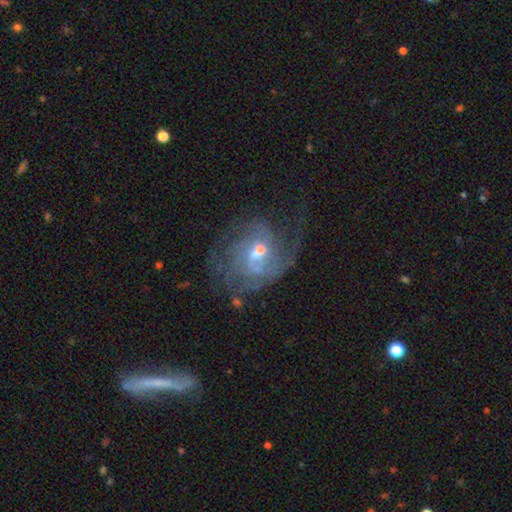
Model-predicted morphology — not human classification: A featured or disk galaxy (79%) with a weak bar (50%), 2 (36%) medium (41%) spiral arms (86%) and a small central bulge (47%).

Vote fractions:
- Smooth or featured? featured or disk: 79% / smooth: 12% / star or artifact: 9%
- Edge-on disk? no: 97% / yes: 3%
- Bar? weak: 50% / no: 40% / strong: 11%
- Spiral arms? yes: 86% / no: 14%
- Spiral winding? medium: 41% / loose: 31% / tight: 28%
- Spiral arm count? 2: 36% / can't tell: 32% / 1: 12% / 3: 11% / 4: 5% / more than 4: 4%
- Bulge size? small: 47% / moderate: 46% / large: 3% / none: 3% / dominant: 1%
- Merging? none: 46% / major disturbance: 27% / minor disturbance: 18% / merger: 9%